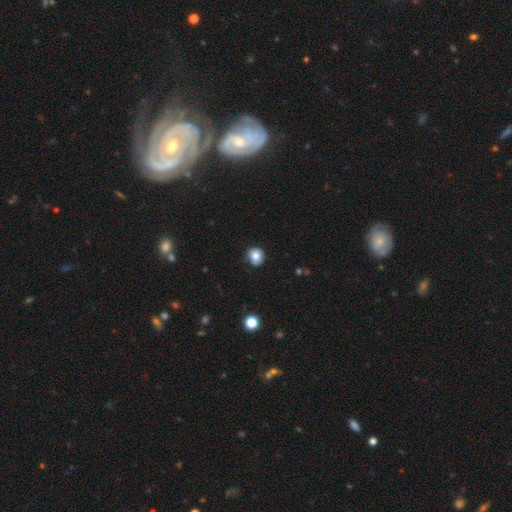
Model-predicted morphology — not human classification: smooth 80%, star or artifact 10%, featured or disk 10%. Down the decision tree: how rounded — round (84%); merging — none (80%).